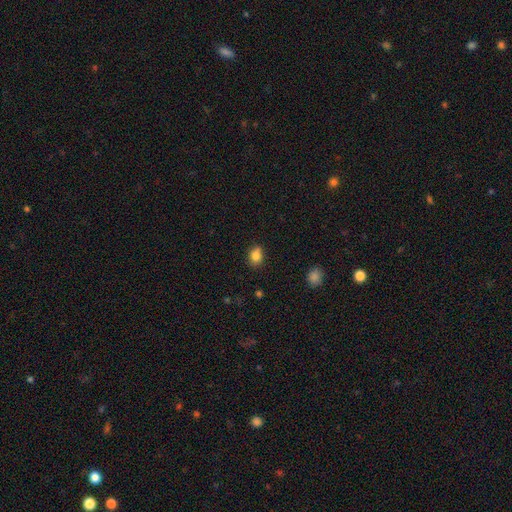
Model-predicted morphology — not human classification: A smooth galaxy with no disk features (83%) that is in between round and cigar-shaped (53%). Merging: none (76%).